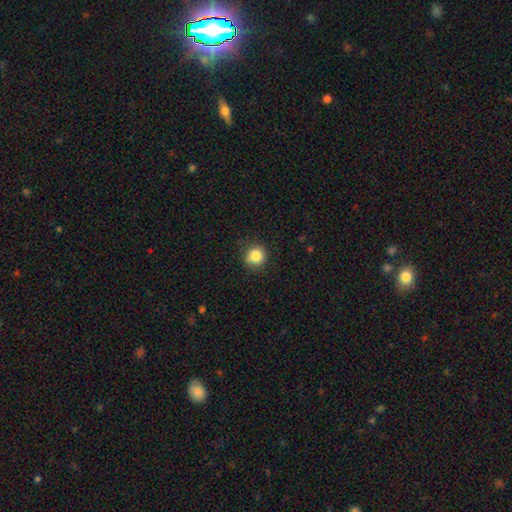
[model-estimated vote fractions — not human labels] Smooth or featured? smooth (84%)
How rounded? round (90%)
Merging? none (84%)